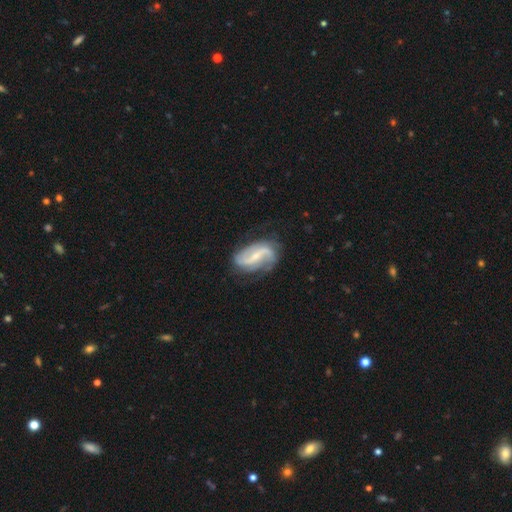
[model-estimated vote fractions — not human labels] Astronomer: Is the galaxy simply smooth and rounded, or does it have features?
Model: featured or disk — 87%.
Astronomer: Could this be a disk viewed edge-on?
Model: no — 97%.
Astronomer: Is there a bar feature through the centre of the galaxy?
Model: weak — 43% (runner-up: strong, 36%).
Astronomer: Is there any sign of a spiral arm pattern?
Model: yes — 96%.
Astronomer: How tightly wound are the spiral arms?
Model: loose — 52% (runner-up: medium, 35%).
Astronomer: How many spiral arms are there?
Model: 2 — 83%.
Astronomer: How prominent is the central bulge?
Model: small — 68%.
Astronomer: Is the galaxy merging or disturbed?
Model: none — 70%.